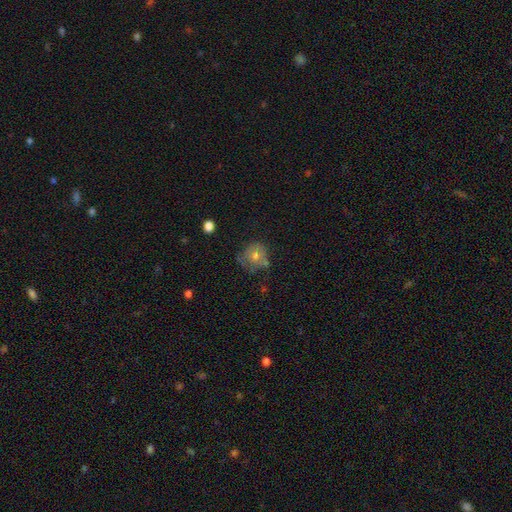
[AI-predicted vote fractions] Smooth or featured?
  - smooth: 51% *
  - featured or disk: 37%
  - star or artifact: 12%
How rounded?
  - round: 83% *
  - in between: 16%
  - cigar-shaped: 1%
Merging?
  - none: 57% *
  - minor disturbance: 26%
  - major disturbance: 11%
  - merger: 6%